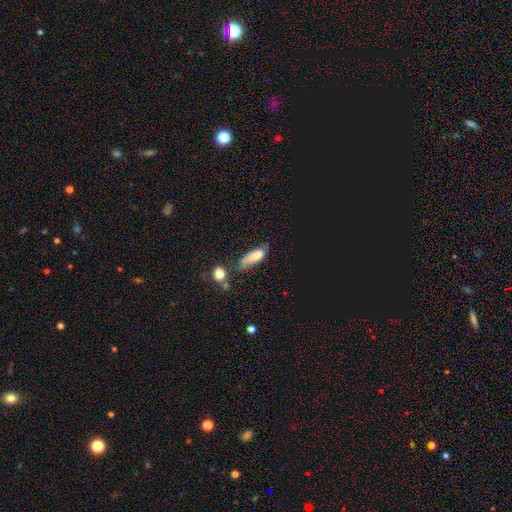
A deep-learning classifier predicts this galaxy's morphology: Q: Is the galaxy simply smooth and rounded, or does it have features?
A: smooth — 68%.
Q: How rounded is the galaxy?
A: in between — 68%.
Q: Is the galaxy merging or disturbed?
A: none — 38%.